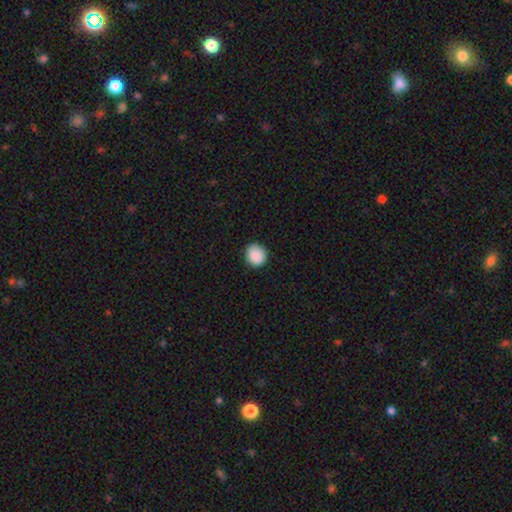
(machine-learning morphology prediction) Smooth or featured? smooth (89%)
How rounded? round (89%)
Merging? none (88%)